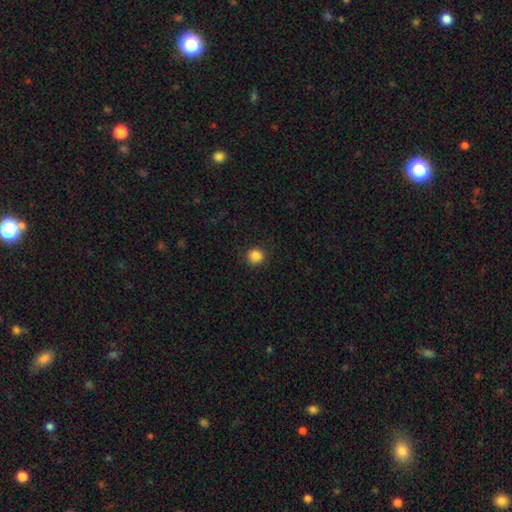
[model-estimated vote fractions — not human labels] This is clearly a smooth galaxy (86%). How rounded: clearly round (93%). Merging: clearly none (89%).